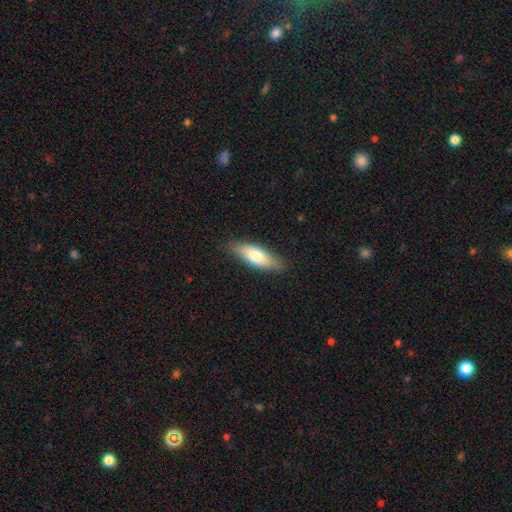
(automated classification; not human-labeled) Smooth or featured: smooth — 68% (featured or disk — 26%)
How rounded: in between — 58% (cigar-shaped — 40%)
Merging: none — 85% (minor disturbance — 12%)